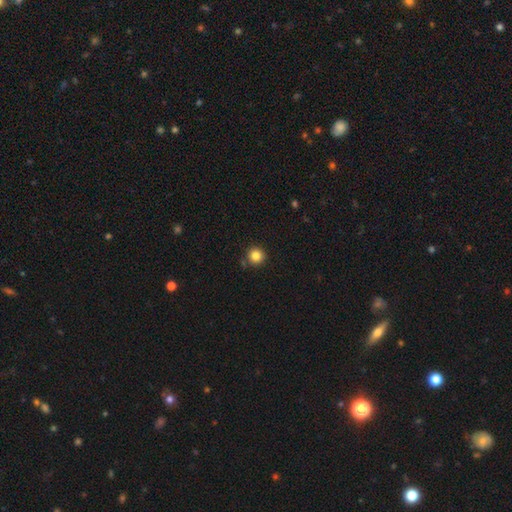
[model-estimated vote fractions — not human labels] smooth_or_featured: smooth (p=0.84) [alt: star or artifact p=0.11]
how_rounded: round (p=0.95) [alt: in between p=0.04]
merging: none (p=0.86) [alt: minor disturbance p=0.08]